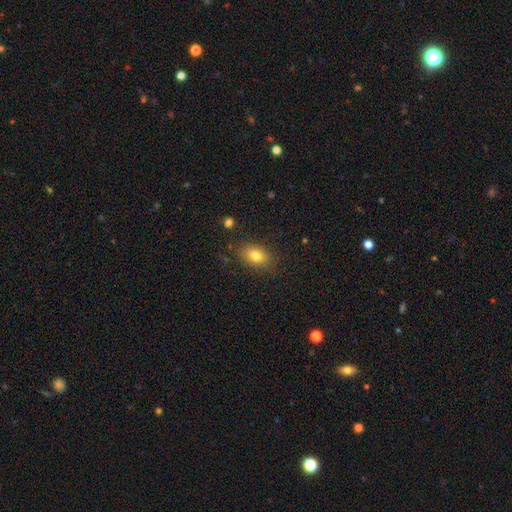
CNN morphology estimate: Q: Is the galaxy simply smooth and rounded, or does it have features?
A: smooth — 81%.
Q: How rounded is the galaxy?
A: in between — 81%.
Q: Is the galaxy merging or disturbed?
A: none — 84%.